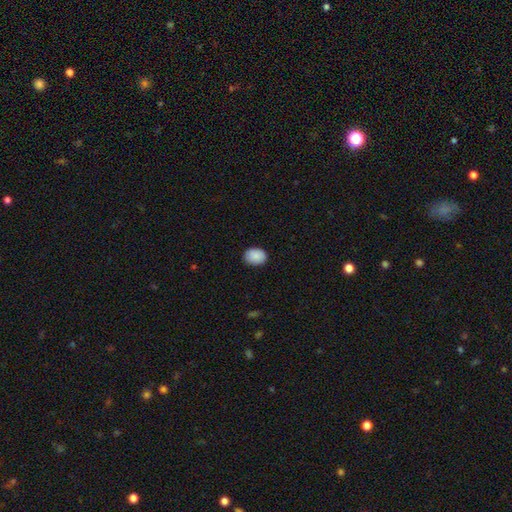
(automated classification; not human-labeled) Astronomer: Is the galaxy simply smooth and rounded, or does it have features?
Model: smooth — 89%.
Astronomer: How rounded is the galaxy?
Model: in between — 64%.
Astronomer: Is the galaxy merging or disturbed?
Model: none — 86%.